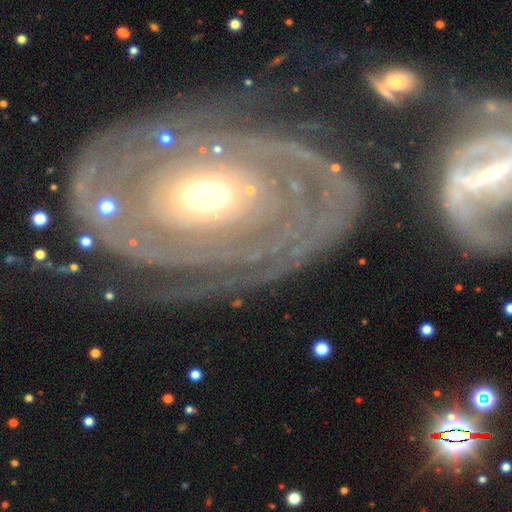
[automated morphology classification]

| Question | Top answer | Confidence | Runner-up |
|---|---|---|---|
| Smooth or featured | featured or disk | 86% | smooth (9%) |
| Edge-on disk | no | 95% | yes (5%) |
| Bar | no | 66% | weak (20%) |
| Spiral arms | yes | 84% | no (16%) |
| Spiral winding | tight | 71% | medium (21%) |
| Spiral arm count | can't tell | 32% | 2 (30%) |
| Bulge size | moderate | 65% | large (16%) |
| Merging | none | 64% | minor disturbance (16%) |